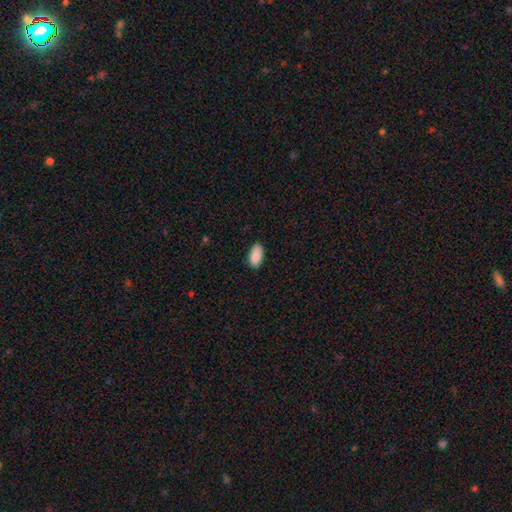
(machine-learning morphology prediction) Overall: smooth (89%). How rounded: in between (94%). Merging: none (86%).